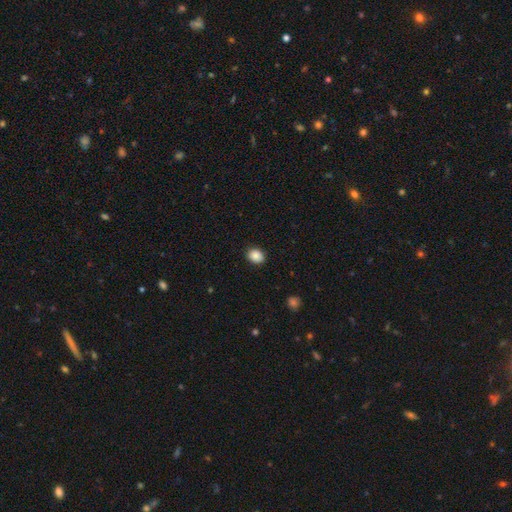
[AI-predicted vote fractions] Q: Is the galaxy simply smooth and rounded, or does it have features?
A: smooth — 88%.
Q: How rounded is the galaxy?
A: in between — 53%.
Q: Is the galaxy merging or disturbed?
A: none — 88%.